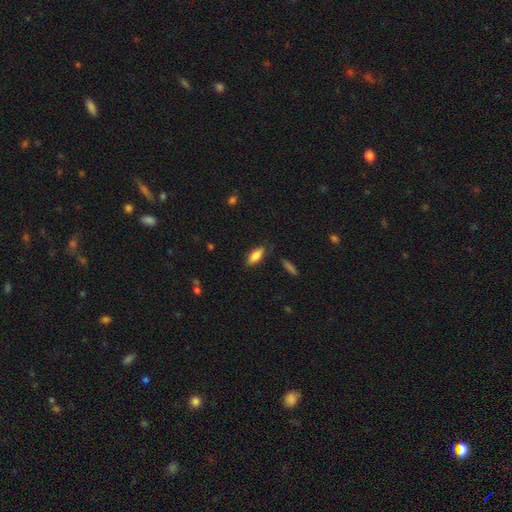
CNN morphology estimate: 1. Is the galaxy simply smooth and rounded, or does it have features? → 83% smooth, 10% featured or disk, 7% star or artifact.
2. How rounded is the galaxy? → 77% in between, 21% cigar-shaped, 2% round.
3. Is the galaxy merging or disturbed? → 79% none, 16% minor disturbance, 3% major disturbance, 2% merger.